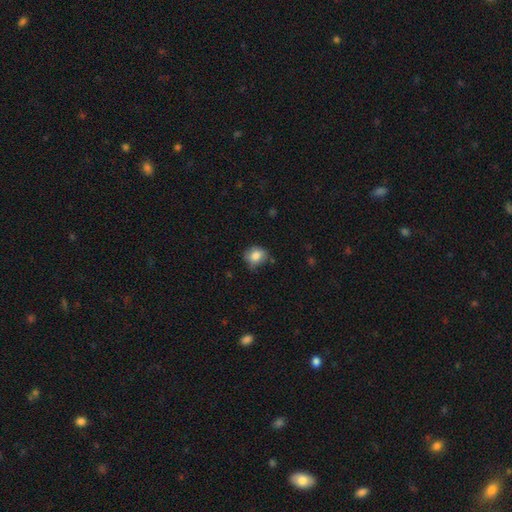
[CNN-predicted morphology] This is clearly a smooth galaxy (82%). How rounded: likely round (63%). Merging: likely none (63%).